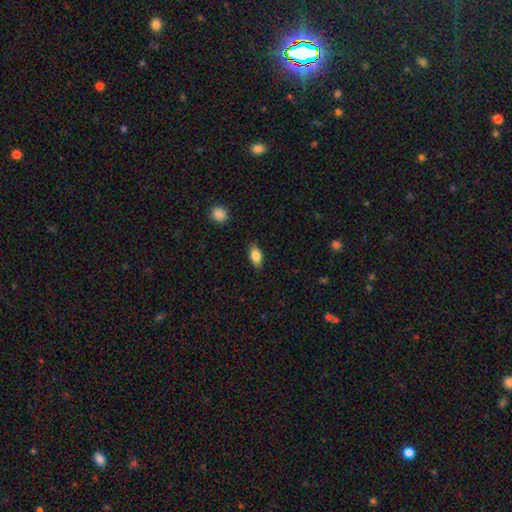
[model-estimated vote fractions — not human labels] Smooth or featured?
  - smooth: 84% *
  - featured or disk: 8%
  - star or artifact: 8%
How rounded?
  - in between: 87% *
  - round: 7%
  - cigar-shaped: 5%
Merging?
  - none: 84% *
  - minor disturbance: 12%
  - major disturbance: 3%
  - merger: 1%